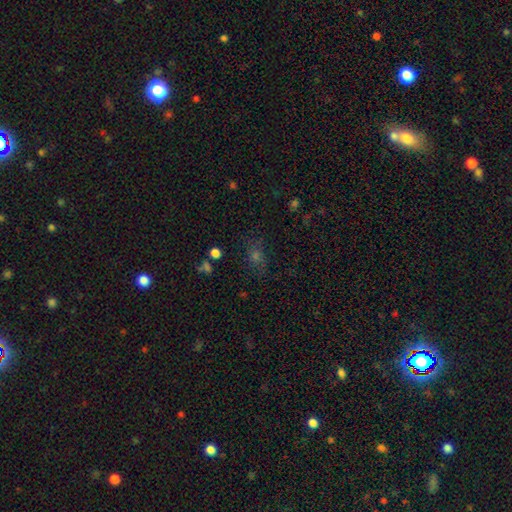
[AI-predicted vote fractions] The model was most divided on "smooth or featured": smooth: 45%, star or artifact: 40%, featured or disk: 15%. More confident: merging — none (73%).